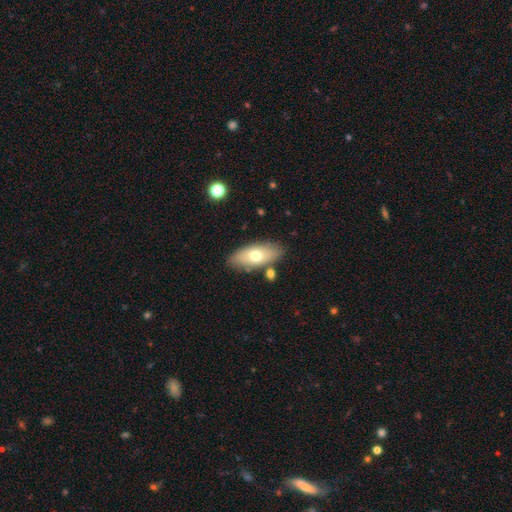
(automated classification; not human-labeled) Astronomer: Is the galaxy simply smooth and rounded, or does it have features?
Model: smooth — 66%.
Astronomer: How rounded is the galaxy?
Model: in between — 86%.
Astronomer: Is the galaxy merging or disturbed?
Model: none — 79%.